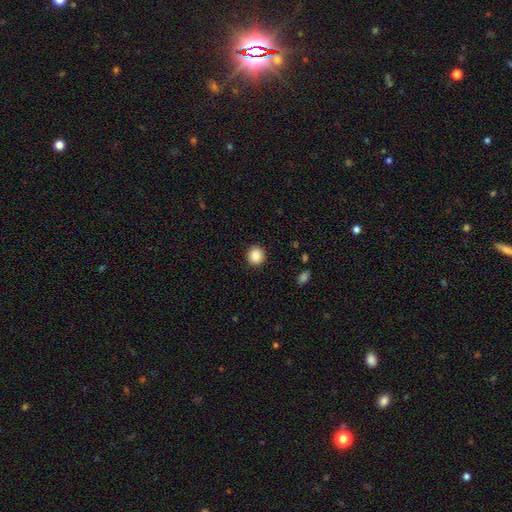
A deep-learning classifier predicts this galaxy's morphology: Smooth or featured? smooth (88%)
How rounded? round (91%)
Merging? none (92%)